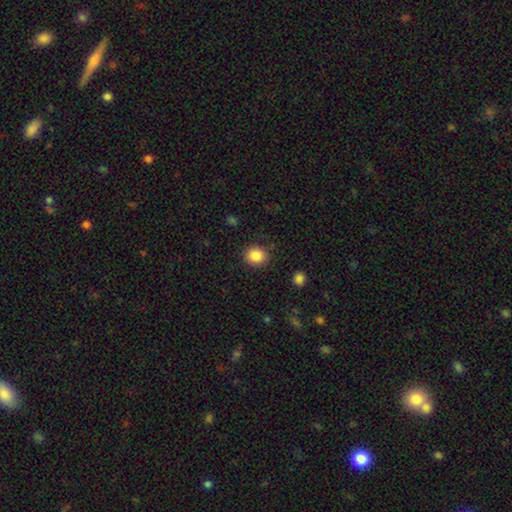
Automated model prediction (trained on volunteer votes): smooth_or_featured: smooth (p=0.87) [alt: star or artifact p=0.09]
how_rounded: round (p=0.78) [alt: in between p=0.21]
merging: none (p=0.88) [alt: minor disturbance p=0.08]